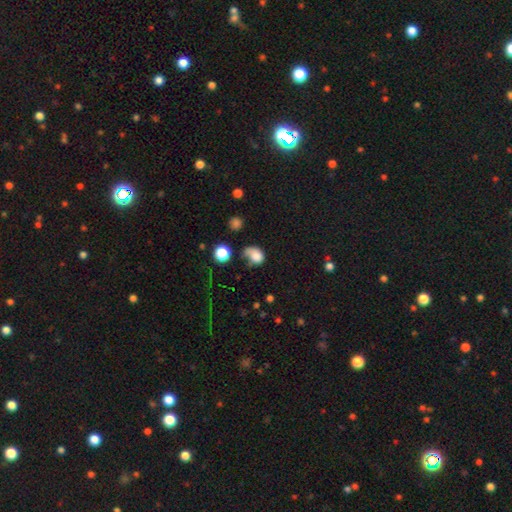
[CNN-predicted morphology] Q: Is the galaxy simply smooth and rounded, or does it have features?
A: smooth — 76%.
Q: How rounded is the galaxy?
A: in between — 59%.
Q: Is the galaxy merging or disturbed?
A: none — 31%.